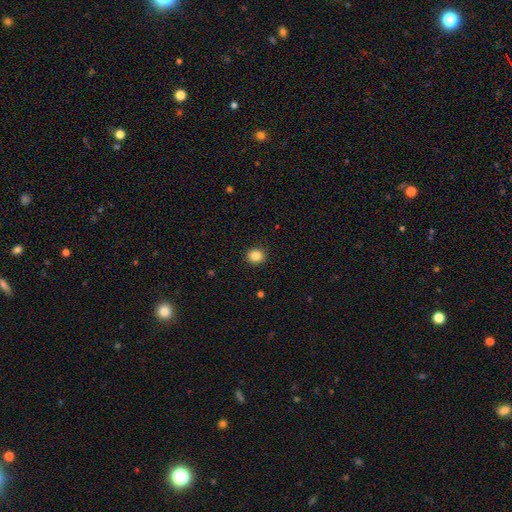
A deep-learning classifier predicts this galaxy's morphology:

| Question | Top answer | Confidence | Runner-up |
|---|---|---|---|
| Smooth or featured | smooth | 87% | star or artifact (10%) |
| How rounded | round | 77% | in between (23%) |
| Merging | none | 89% | minor disturbance (8%) |